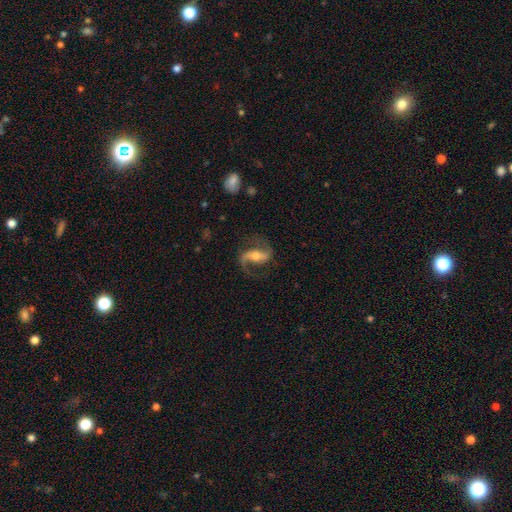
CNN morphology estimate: type=featured or disk (88%); edge-on=no (96%); bar=strong (45%); spiral arms=yes (97%); winding=loose (51%); arm count=2 (90%); bulge=moderate (59%); merging=none (77%).